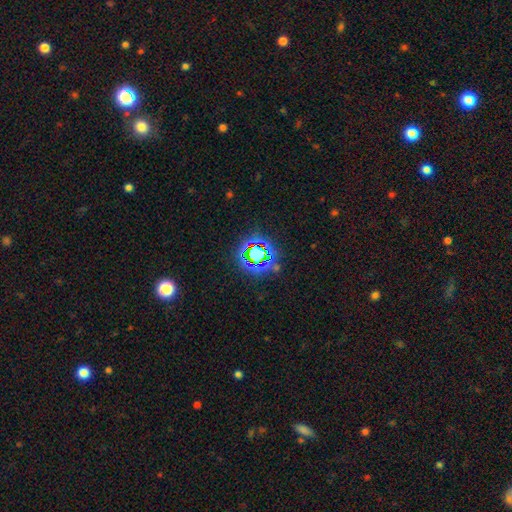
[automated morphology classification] Smooth or featured? star or artifact (68%)